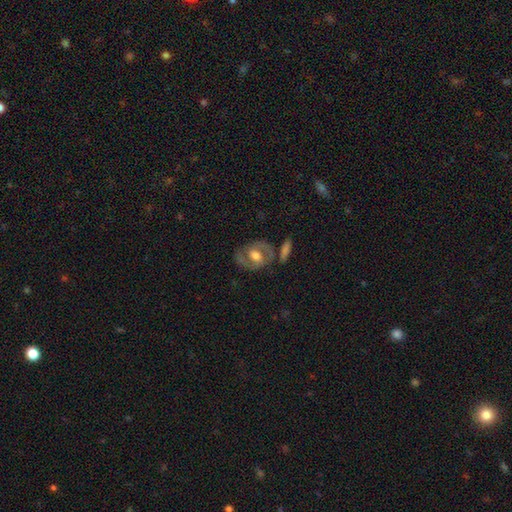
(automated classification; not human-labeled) featured or disk 65%, smooth 29%, star or artifact 6%. Down the decision tree: edge-on disk — no (95%); bar — no (45%); spiral arms — yes (72%); bulge size — moderate (58%); merging — none (69%).